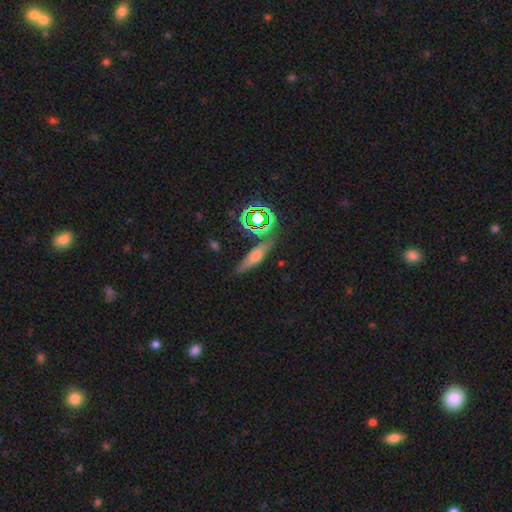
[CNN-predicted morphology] The model was most divided on "smooth or featured": smooth: 42%, featured or disk: 39%, star or artifact: 19%. More confident: merging — none (79%).